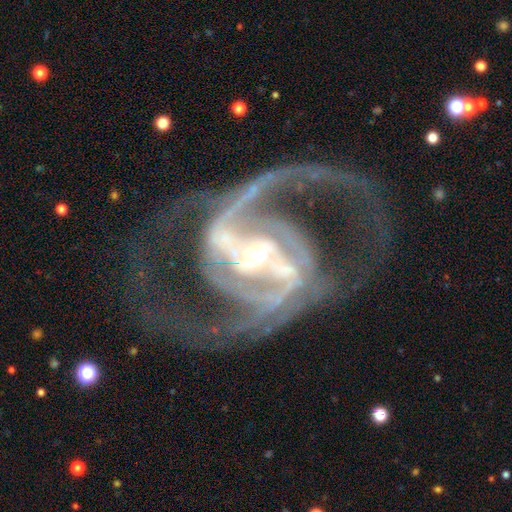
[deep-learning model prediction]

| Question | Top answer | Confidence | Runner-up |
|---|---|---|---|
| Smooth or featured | featured or disk | 93% | star or artifact (4%) |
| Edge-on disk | no | 98% | yes (2%) |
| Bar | strong | 67% | weak (24%) |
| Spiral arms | yes | 98% | no (2%) |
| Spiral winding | medium | 60% | tight (20%) |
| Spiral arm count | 2 | 82% | 3 (7%) |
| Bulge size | small | 51% | moderate (41%) |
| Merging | none | 65% | major disturbance (19%) |